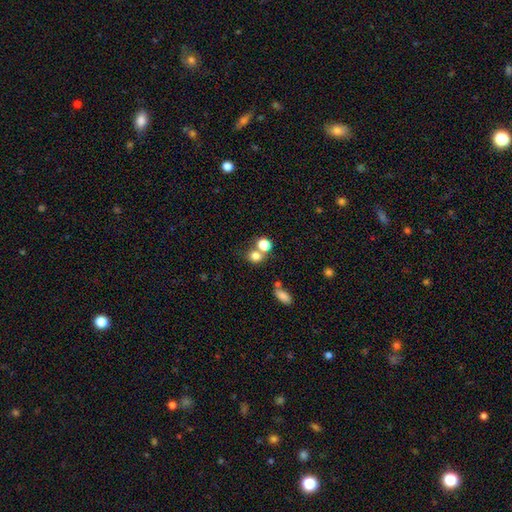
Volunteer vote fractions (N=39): smooth_or_featured: smooth (p=0.87) [alt: featured or disk p=0.08]
how_rounded: round (p=0.76) [alt: in between p=0.24]
merging: merger (p=0.59) [alt: none p=0.32]